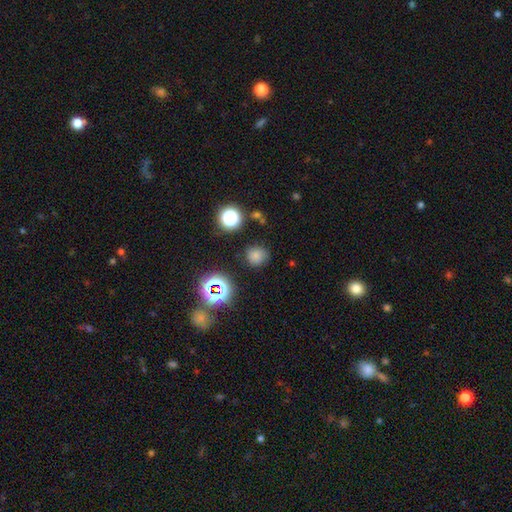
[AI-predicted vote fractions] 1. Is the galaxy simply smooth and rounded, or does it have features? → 70% smooth, 23% star or artifact, 8% featured or disk.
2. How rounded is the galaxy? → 87% round, 12% in between, 1% cigar-shaped.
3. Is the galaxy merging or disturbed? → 79% none, 14% minor disturbance, 4% major disturbance, 3% merger.